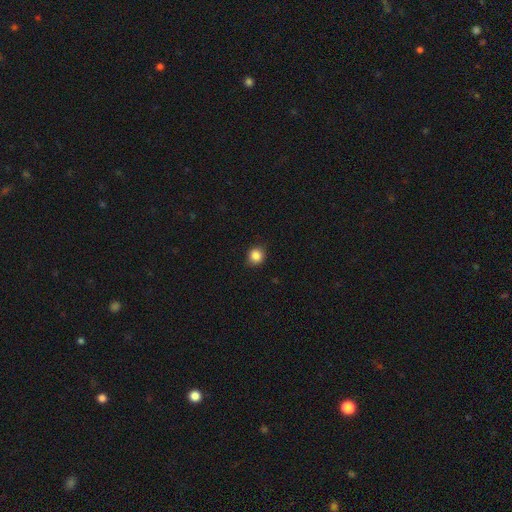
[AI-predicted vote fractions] Overall: smooth (86%). How rounded: round (88%). Merging: none (90%).